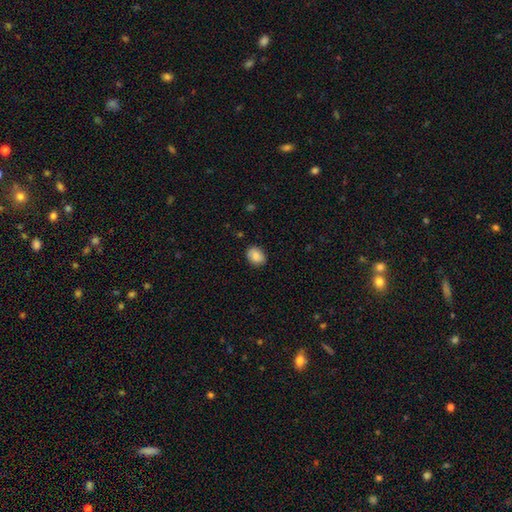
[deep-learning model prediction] Smooth or featured? Predicted: smooth (p=0.85). How rounded? Predicted: in between (p=0.64). Merging? Predicted: none (p=0.85).